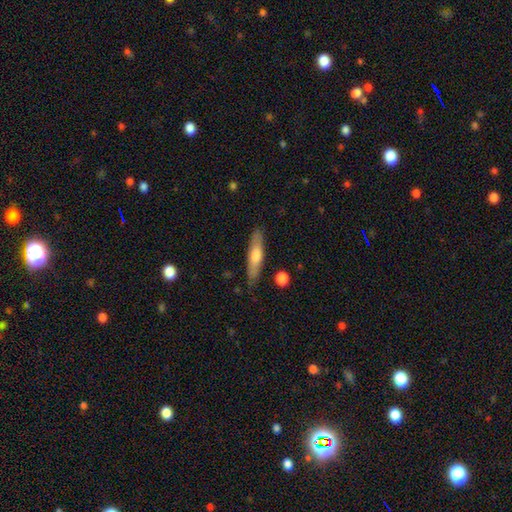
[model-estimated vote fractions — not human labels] smooth-or-featured: smooth: 57% | featured or disk: 37% | star or artifact: 6%
  how-rounded: cigar-shaped: 81% | in between: 18% | round: 2%
  merging: none: 84% | minor disturbance: 12% | major disturbance: 2% | merger: 2%